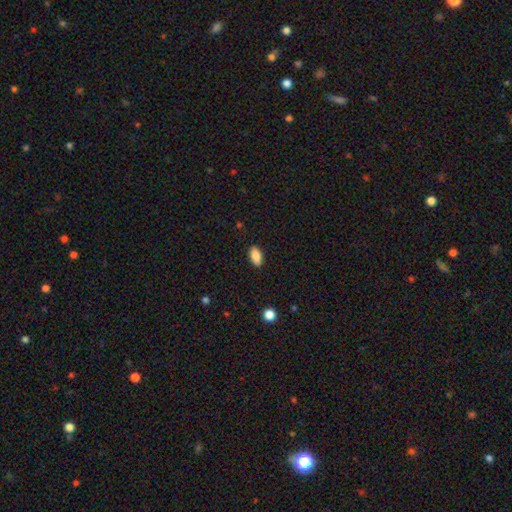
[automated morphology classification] Q: Smooth or featured?
A: smooth (86%); runner-up: star or artifact (8%)
Q: How rounded?
A: in between (91%); runner-up: cigar-shaped (6%)
Q: Merging?
A: none (89%); runner-up: minor disturbance (9%)